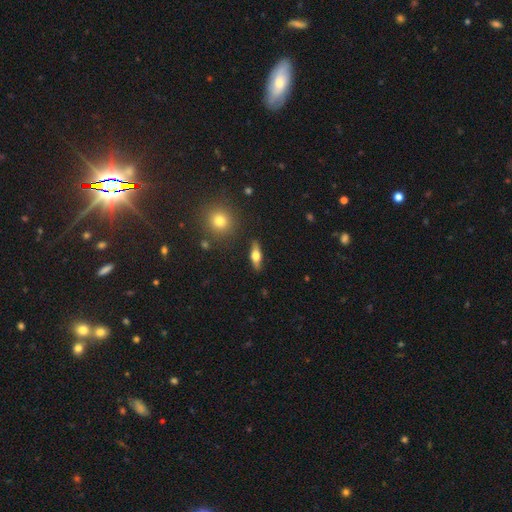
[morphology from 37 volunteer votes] This appears to be a smooth galaxy with no disk features (54%) that is in between round and cigar-shaped (60%). Merging: none (74%).